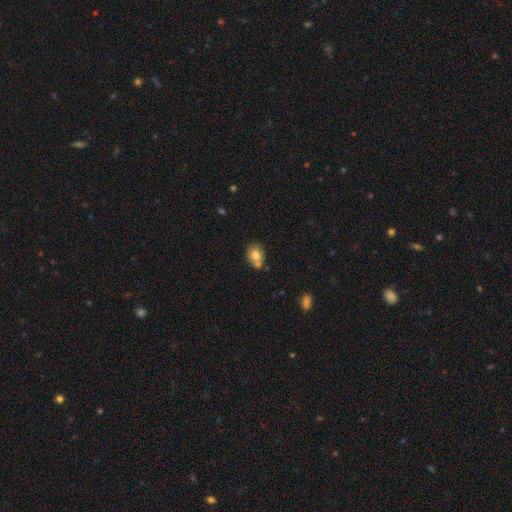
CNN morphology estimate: Q: Smooth or featured?
A: smooth (77%); runner-up: featured or disk (14%)
Q: How rounded?
A: round (50%); runner-up: in between (49%)
Q: Merging?
A: none (57%); runner-up: merger (24%)